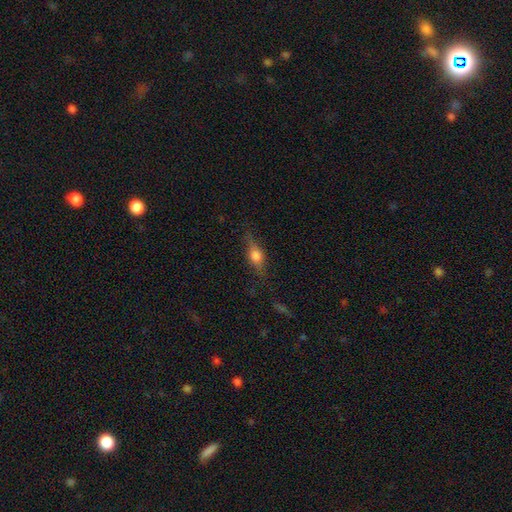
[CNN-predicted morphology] type=smooth (56%); roundness=in between (60%); merging=none (74%).